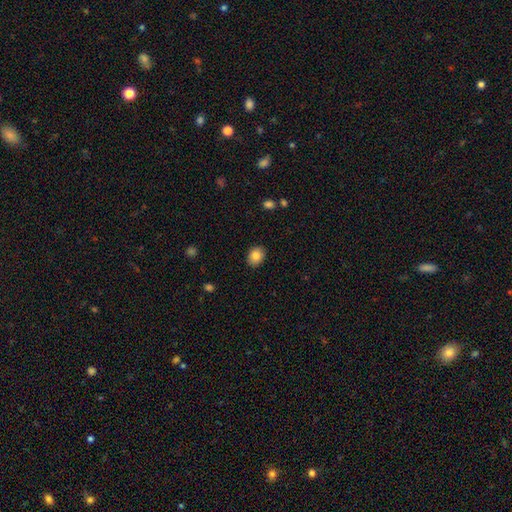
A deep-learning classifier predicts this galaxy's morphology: Overall: smooth (84%). How rounded: in between (55%; round 44%). Merging: none (88%).